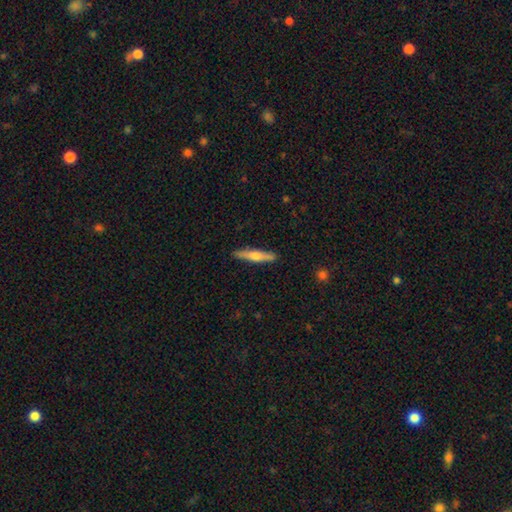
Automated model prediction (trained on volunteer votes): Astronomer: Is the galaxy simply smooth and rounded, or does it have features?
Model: smooth — 49% (runner-up: featured or disk, 46%).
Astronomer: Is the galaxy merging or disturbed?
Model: none — 89%.